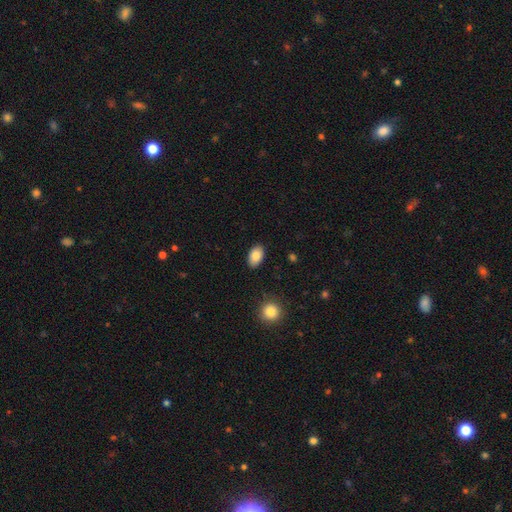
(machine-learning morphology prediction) Smooth or featured? smooth (86%)
How rounded? in between (92%)
Merging? none (88%)